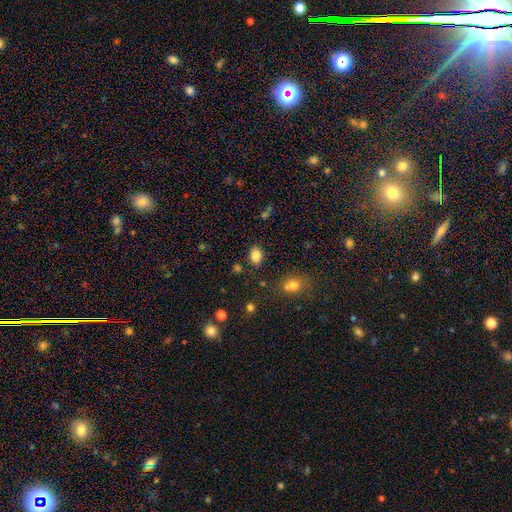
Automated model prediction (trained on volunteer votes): smooth_or_featured: smooth (p=0.85) [alt: star or artifact p=0.10]
how_rounded: in between (p=0.75) [alt: round p=0.23]
merging: none (p=0.82) [alt: minor disturbance p=0.11]